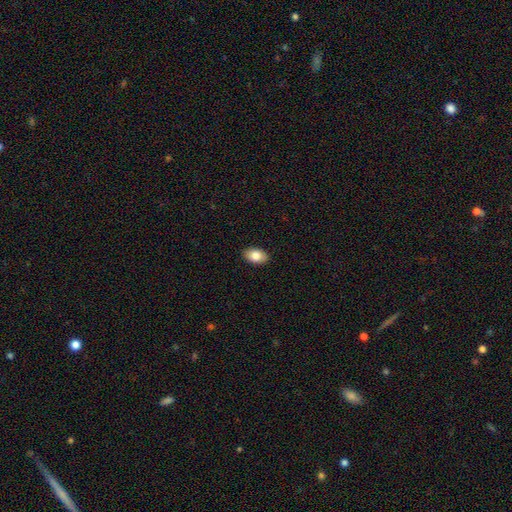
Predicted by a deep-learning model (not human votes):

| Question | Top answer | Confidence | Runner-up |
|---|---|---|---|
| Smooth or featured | smooth | 83% | featured or disk (10%) |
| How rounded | in between | 92% | round (7%) |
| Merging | none | 90% | minor disturbance (7%) |